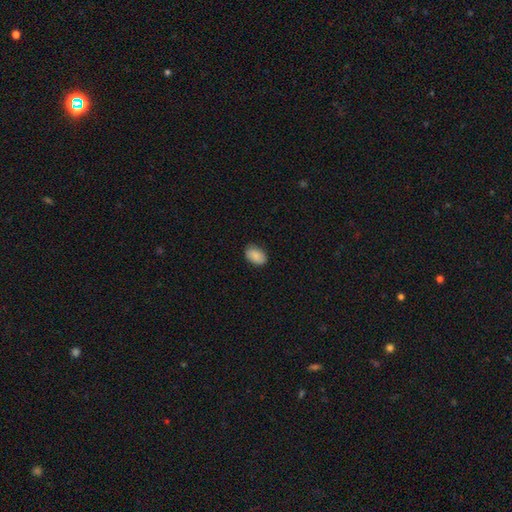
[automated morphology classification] Q: Smooth or featured?
A: smooth (87%); runner-up: star or artifact (7%)
Q: How rounded?
A: in between (87%); runner-up: round (12%)
Q: Merging?
A: none (84%); runner-up: minor disturbance (13%)